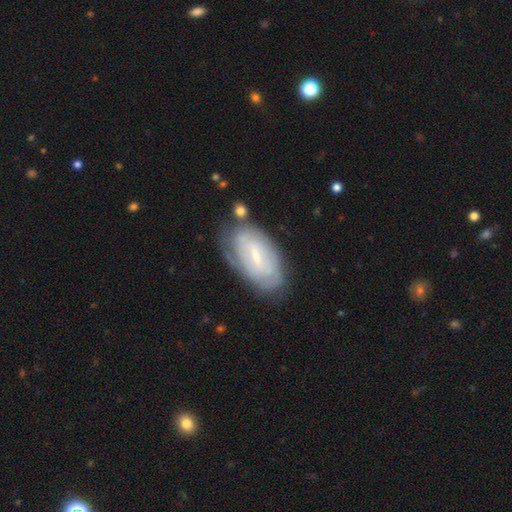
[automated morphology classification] Smooth or featured? featured or disk (65%)
Edge-on disk? no (92%)
Bar? weak (53%)
Spiral arms? yes (74%)
Bulge size? small (61%)
Merging? none (68%)